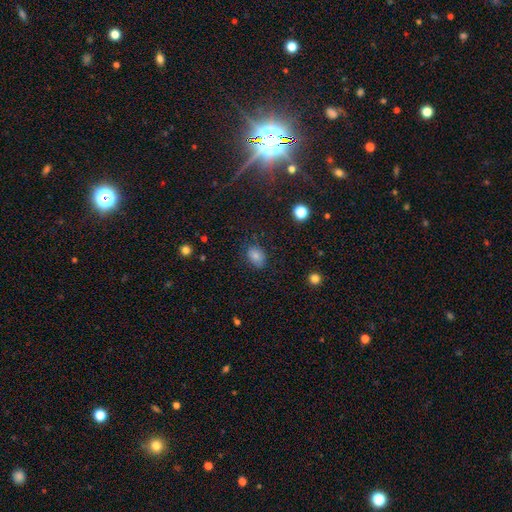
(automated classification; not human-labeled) Smooth or featured? smooth (81%)
How rounded? in between (71%)
Merging? none (78%)